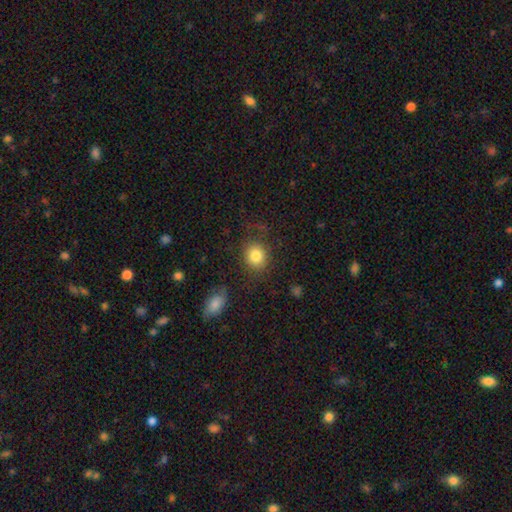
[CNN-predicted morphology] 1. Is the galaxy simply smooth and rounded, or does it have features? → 83% smooth, 9% star or artifact, 7% featured or disk.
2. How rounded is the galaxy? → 75% round, 24% in between, 1% cigar-shaped.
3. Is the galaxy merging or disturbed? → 79% none, 13% minor disturbance, 5% major disturbance, 3% merger.